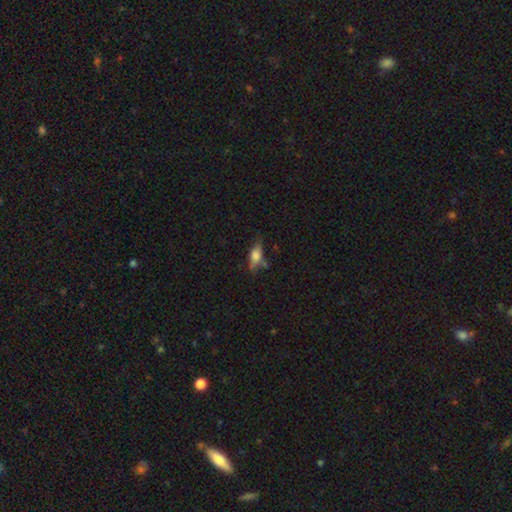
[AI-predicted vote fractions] smooth_or_featured: smooth (p=0.56) [alt: featured or disk p=0.33]
how_rounded: in between (p=0.65) [alt: cigar-shaped p=0.30]
merging: none (p=0.53) [alt: minor disturbance p=0.27]